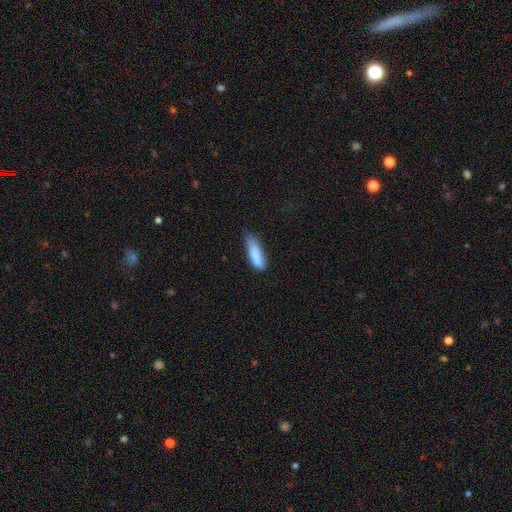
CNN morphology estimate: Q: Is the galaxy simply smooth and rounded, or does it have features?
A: smooth — 81%.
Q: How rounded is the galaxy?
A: cigar-shaped — 58%.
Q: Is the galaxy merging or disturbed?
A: none — 48%.